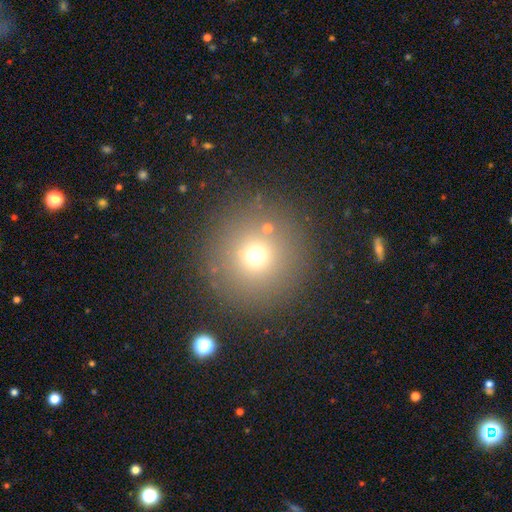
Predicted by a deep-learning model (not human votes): smooth_or_featured: smooth (p=0.66) [alt: star or artifact p=0.22]
how_rounded: round (p=0.94) [alt: in between p=0.05]
merging: none (p=0.85) [alt: minor disturbance p=0.07]